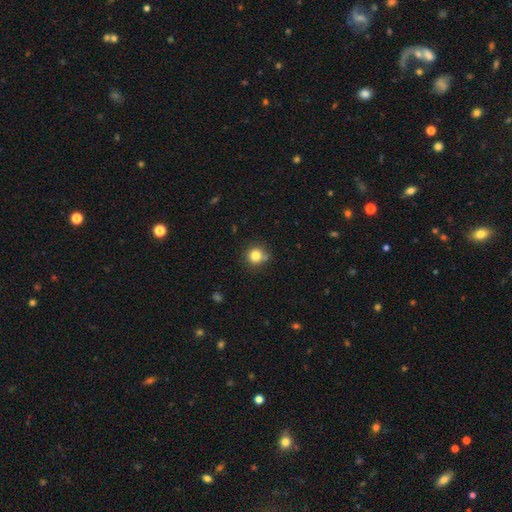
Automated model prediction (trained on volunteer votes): Q: Smooth or featured?
A: smooth (82%); runner-up: star or artifact (12%)
Q: How rounded?
A: round (91%); runner-up: in between (8%)
Q: Merging?
A: none (78%); runner-up: minor disturbance (14%)